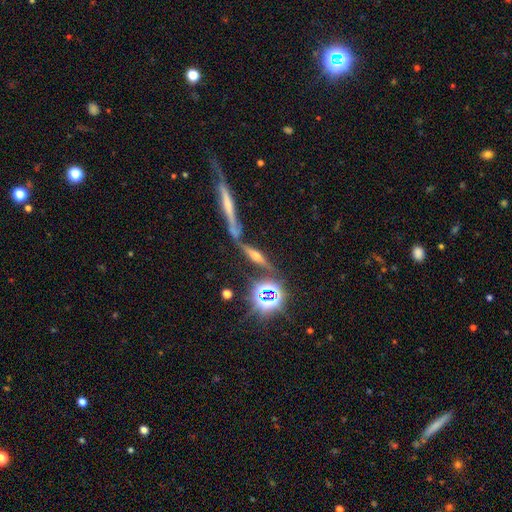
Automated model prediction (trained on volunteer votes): featured or disk 51%, smooth 26%, star or artifact 24%. Down the decision tree: edge-on disk — yes (87%); merging — none (66%).